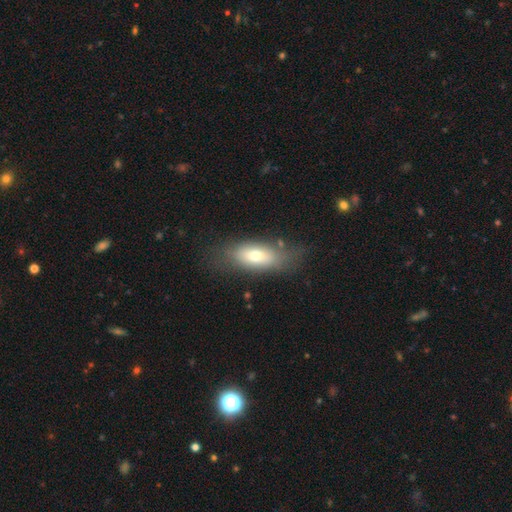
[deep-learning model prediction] smooth 66%, featured or disk 24%, star or artifact 9%. Down the decision tree: how rounded — in between (79%); merging — none (70%).